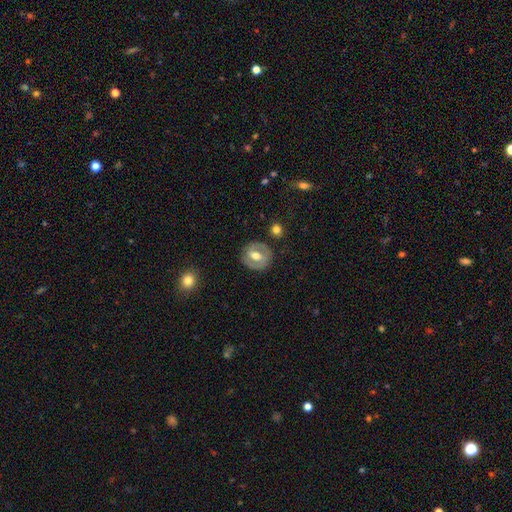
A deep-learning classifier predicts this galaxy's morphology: A featured or disk galaxy (61%) with a weak bar (42%), spiral arms (53%) and a moderate central bulge (73%).

Vote fractions:
- Smooth or featured? featured or disk: 61% / smooth: 33% / star or artifact: 6%
- Edge-on disk? no: 95% / yes: 5%
- Bar? weak: 42% / strong: 36% / no: 22%
- Spiral arms? yes: 53% / no: 47%
- Bulge size? moderate: 73% / large: 14% / small: 11% / none: 1% / dominant: 1%
- Merging? none: 83% / minor disturbance: 12% / major disturbance: 4% / merger: 2%